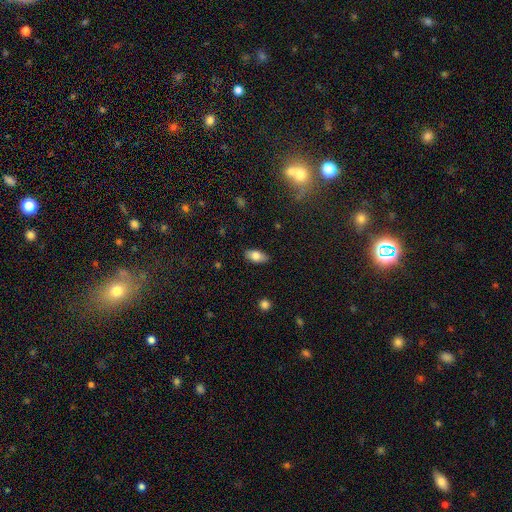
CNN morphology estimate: Smooth or featured? smooth (78%)
How rounded? in between (90%)
Merging? none (86%)